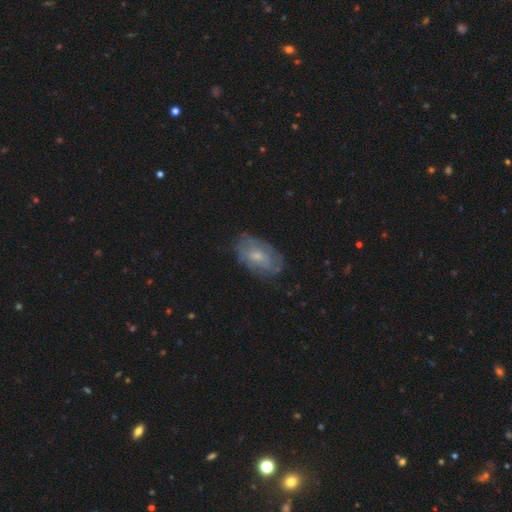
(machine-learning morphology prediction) smooth_or_featured: featured or disk (p=0.55) [alt: smooth p=0.36]
disk_edge_on: no (p=0.94) [alt: yes p=0.06]
bar: no (p=0.63) [alt: weak p=0.32]
has_spiral_arms: yes (p=0.64) [alt: no p=0.36]
bulge_size: small (p=0.51) [alt: moderate p=0.42]
merging: none (p=0.72) [alt: minor disturbance p=0.20]